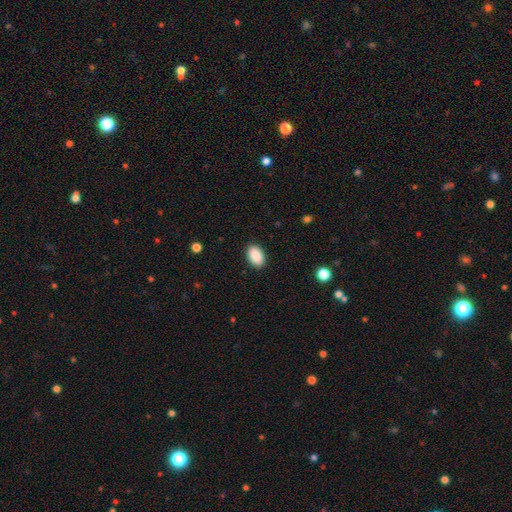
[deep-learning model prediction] A smooth galaxy with no disk features (90%) that is in between round and cigar-shaped (89%). Merging: none (90%).